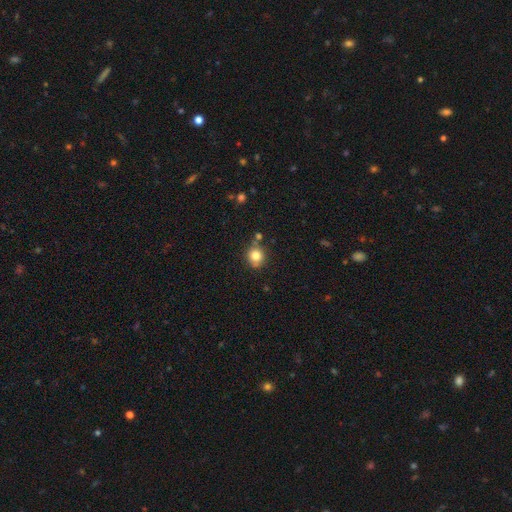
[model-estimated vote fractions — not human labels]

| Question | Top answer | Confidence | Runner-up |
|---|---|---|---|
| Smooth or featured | smooth | 82% | star or artifact (11%) |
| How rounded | round | 84% | in between (15%) |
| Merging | none | 75% | minor disturbance (13%) |